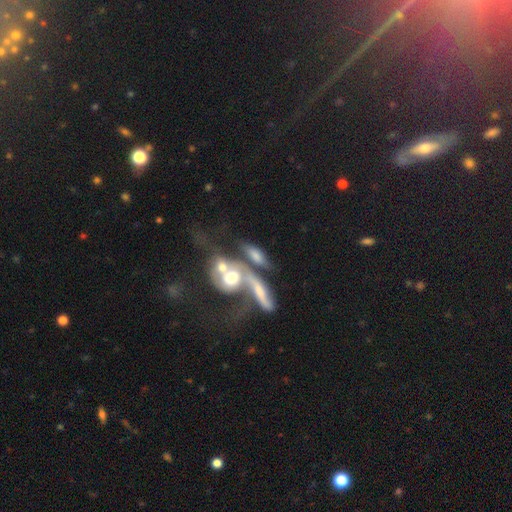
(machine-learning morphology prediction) type=smooth (49%); merging=merger (58%).